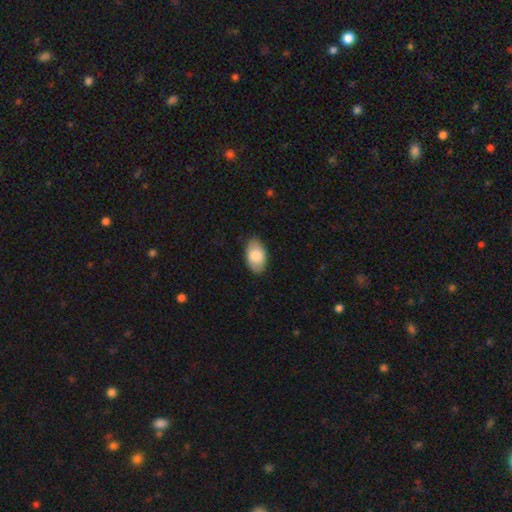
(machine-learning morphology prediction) smooth-or-featured: smooth: 83% | featured or disk: 11% | star or artifact: 6%
  how-rounded: in between: 94% | round: 5% | cigar-shaped: 1%
  merging: none: 84% | minor disturbance: 13% | major disturbance: 2% | merger: 1%